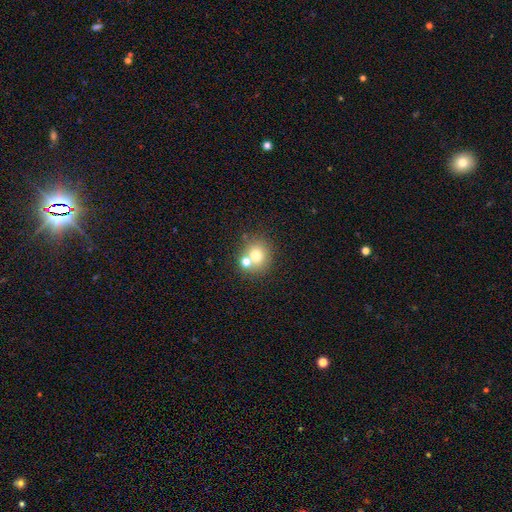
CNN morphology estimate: This appears to be a smooth galaxy with no disk features (71%) that is round (84%). Merging: none (57%).